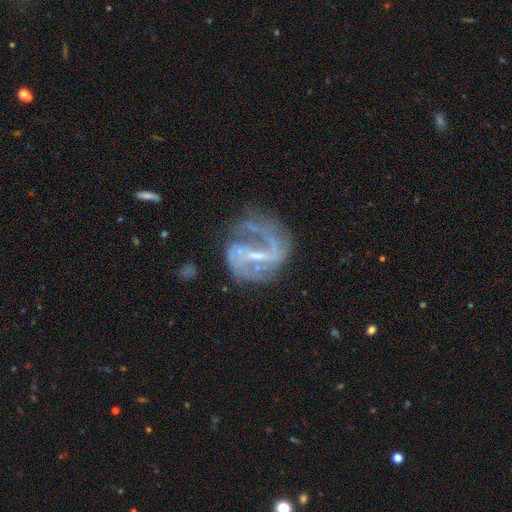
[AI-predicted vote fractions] A featured or disk galaxy (83%) with a strong bar (50%), 2 (68%) medium (44%) spiral arms (88%) and a small central bulge (62%). Merging: none (54%).